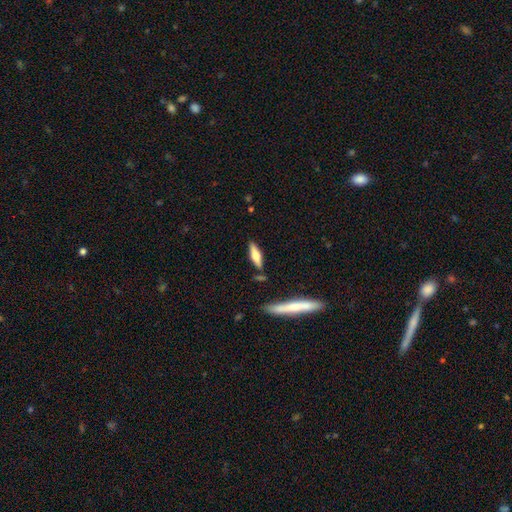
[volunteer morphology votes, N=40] A smooth galaxy with no disk features (55%) that is cigar-shaped (68%).

Vote fractions:
- Smooth or featured? smooth: 55% / featured or disk: 42% / star or artifact: 2%
- How rounded? cigar-shaped: 68% / in between: 27% / round: 5%
- Merging? none: 92% / minor disturbance: 8% / major disturbance: 0% / merger: 0%